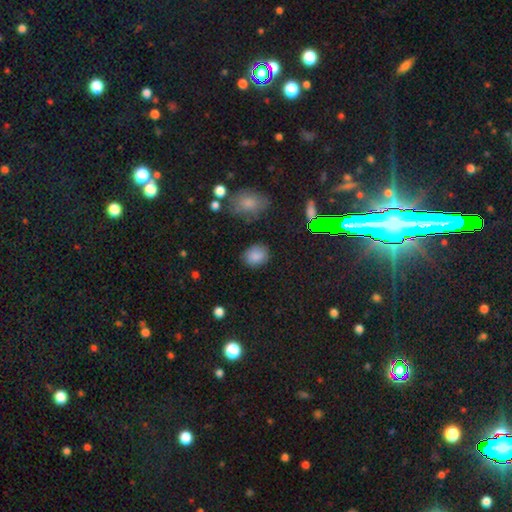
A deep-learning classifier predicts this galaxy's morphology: Smooth or featured: smooth — 81% (star or artifact — 12%)
How rounded: round — 52% (in between — 47%)
Merging: none — 80% (minor disturbance — 14%)